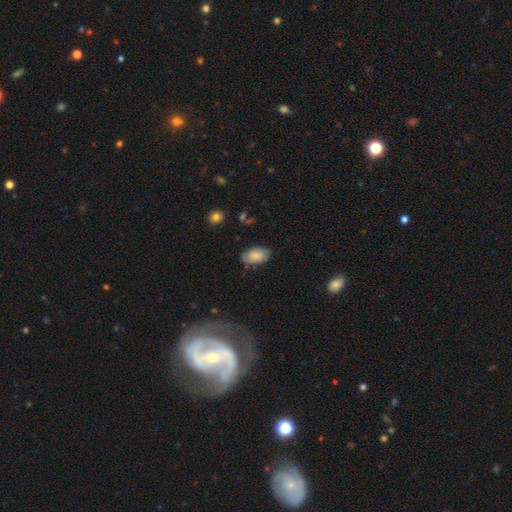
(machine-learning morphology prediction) A smooth galaxy with no disk features (79%) that is in between round and cigar-shaped (94%). Merging: none (74%).